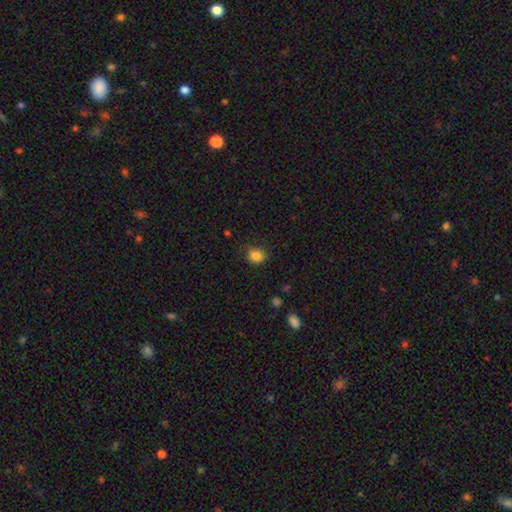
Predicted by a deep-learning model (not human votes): Overall: smooth (84%). How rounded: round (60%; in between 39%). Merging: none (75%).